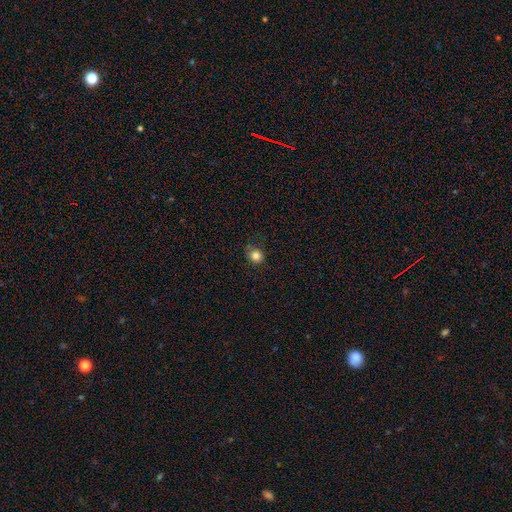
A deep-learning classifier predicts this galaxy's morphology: This is clearly a smooth galaxy (82%). How rounded: clearly round (81%). Merging: likely none (77%).